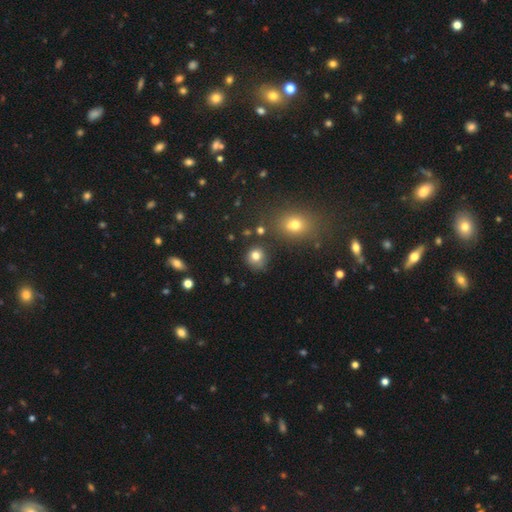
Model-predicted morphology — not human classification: A smooth galaxy with no disk features (79%) that is round (85%). Merging: none (76%).